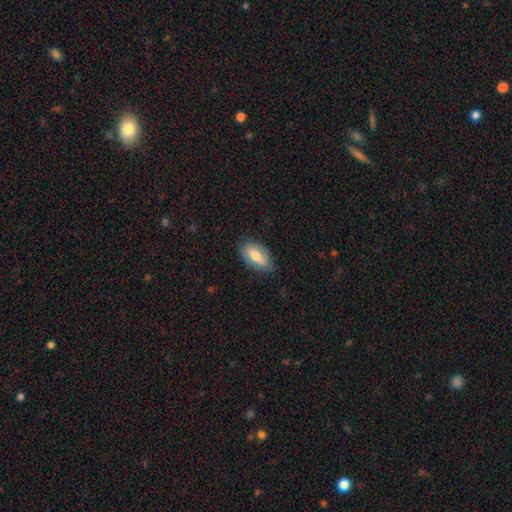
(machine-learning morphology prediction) This is likely a smooth galaxy (68%). How rounded: clearly in between (92%). Merging: likely none (75%).